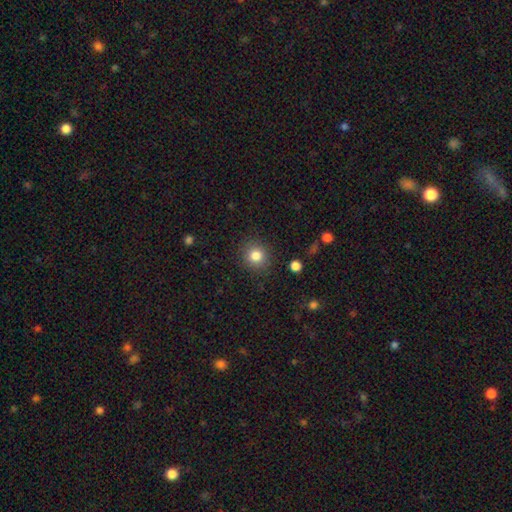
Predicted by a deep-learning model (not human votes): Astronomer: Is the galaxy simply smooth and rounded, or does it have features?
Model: smooth — 82%.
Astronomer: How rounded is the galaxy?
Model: round — 90%.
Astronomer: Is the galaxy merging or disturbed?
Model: none — 89%.